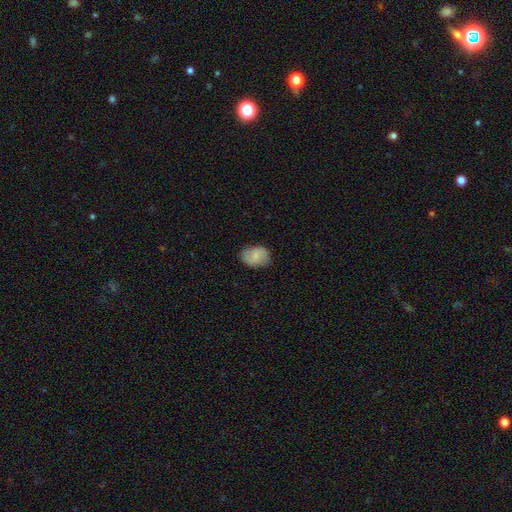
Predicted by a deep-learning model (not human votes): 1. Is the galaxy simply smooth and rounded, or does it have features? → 72% smooth, 20% featured or disk, 8% star or artifact.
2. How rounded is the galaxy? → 71% in between, 28% round, 1% cigar-shaped.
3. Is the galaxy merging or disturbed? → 71% none, 22% minor disturbance, 5% major disturbance, 1% merger.